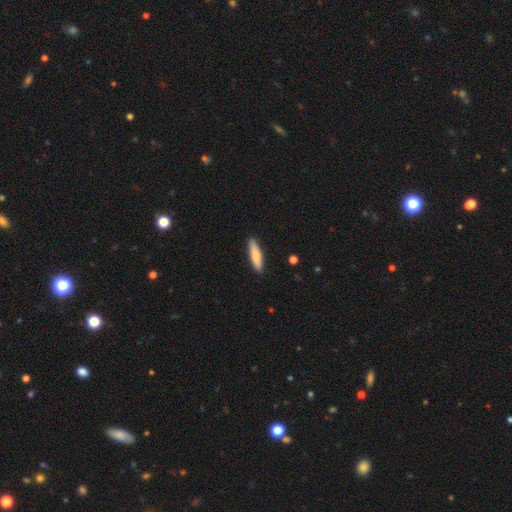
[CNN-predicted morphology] Smooth or featured? Predicted: smooth (p=0.77). How rounded? Predicted: cigar-shaped (p=0.75). Merging? Predicted: none (p=0.89).